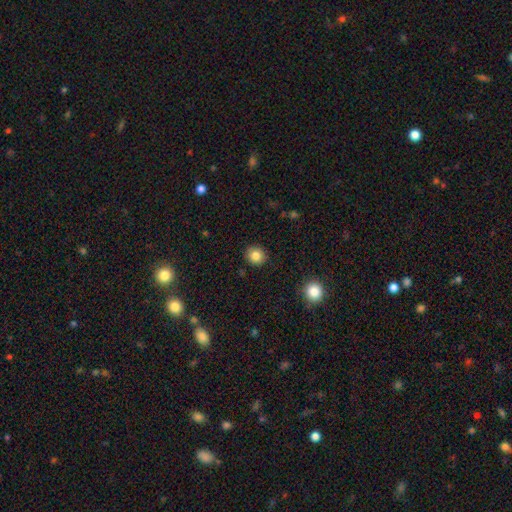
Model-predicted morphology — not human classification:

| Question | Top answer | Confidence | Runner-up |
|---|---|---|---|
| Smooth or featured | smooth | 84% | star or artifact (10%) |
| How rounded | round | 87% | in between (12%) |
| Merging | none | 91% | minor disturbance (6%) |